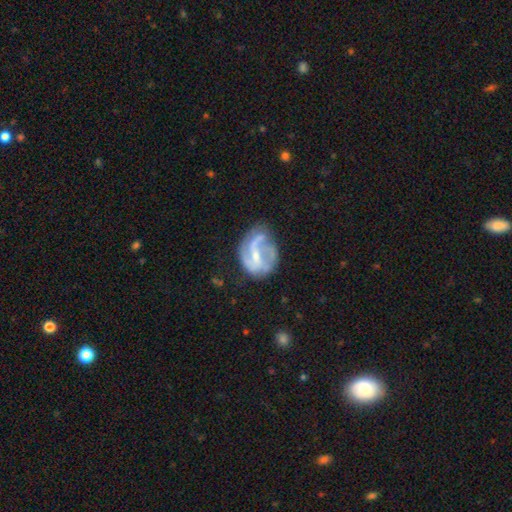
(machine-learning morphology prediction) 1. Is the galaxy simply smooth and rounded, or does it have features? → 82% featured or disk, 12% smooth, 6% star or artifact.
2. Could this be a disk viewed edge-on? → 98% no, 2% yes.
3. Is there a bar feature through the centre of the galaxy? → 49% weak, 27% no, 24% strong.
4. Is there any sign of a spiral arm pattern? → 89% yes, 11% no.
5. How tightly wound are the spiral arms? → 43% medium, 41% loose, 16% tight.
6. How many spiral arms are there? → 60% 2, 12% can't tell, 12% 3, 10% 1, 3% 4, 2% more than 4.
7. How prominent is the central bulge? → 60% small, 31% moderate, 7% none, 1% large, 1% dominant.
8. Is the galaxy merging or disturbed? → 50% none, 25% minor disturbance, 20% major disturbance, 4% merger.